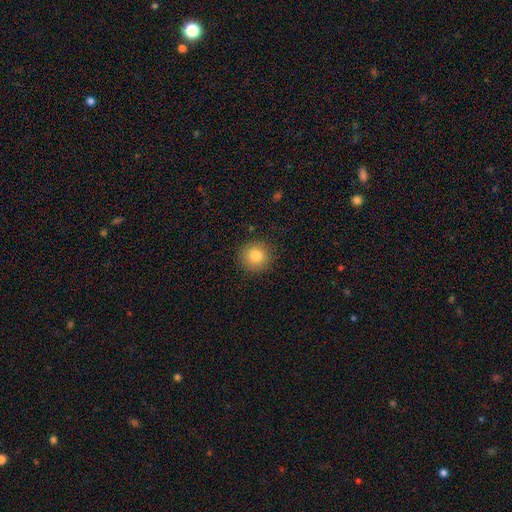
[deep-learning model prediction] smooth-or-featured: smooth: 82% | star or artifact: 11% | featured or disk: 7%
  how-rounded: round: 93% | in between: 6% | cigar-shaped: 1%
  merging: none: 90% | minor disturbance: 7% | major disturbance: 2% | merger: 1%